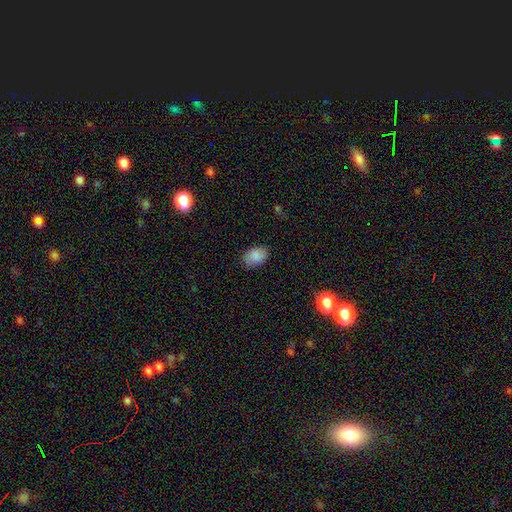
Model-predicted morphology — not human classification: A smooth galaxy with no disk features (87%) that is in between round and cigar-shaped (82%). Merging: none (83%).